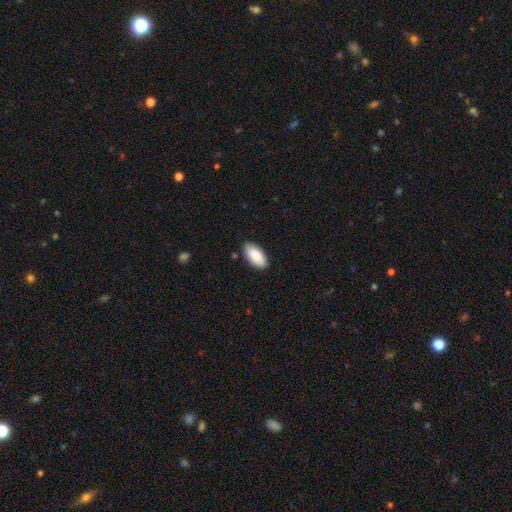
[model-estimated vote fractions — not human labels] A smooth galaxy with no disk features (87%) that is in between round and cigar-shaped (94%).

Vote fractions:
- Smooth or featured? smooth: 87% / featured or disk: 7% / star or artifact: 6%
- How rounded? in between: 94% / cigar-shaped: 4% / round: 2%
- Merging? none: 85% / minor disturbance: 11% / major disturbance: 2% / merger: 1%